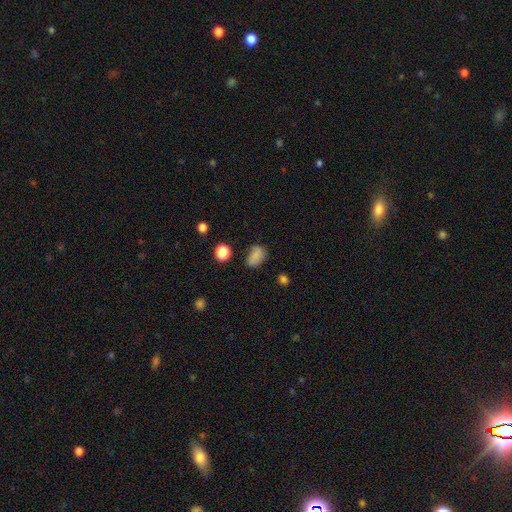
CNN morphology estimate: Q: Smooth or featured?
A: smooth (82%); runner-up: star or artifact (11%)
Q: How rounded?
A: in between (82%); runner-up: round (17%)
Q: Merging?
A: none (70%); runner-up: minor disturbance (21%)